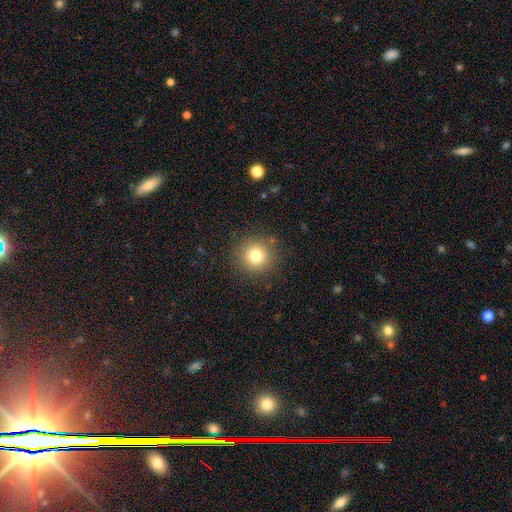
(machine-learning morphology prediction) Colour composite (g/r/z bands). It shows a smooth galaxy with no disk features (78%) that is round (93%). Merging: none (88%).